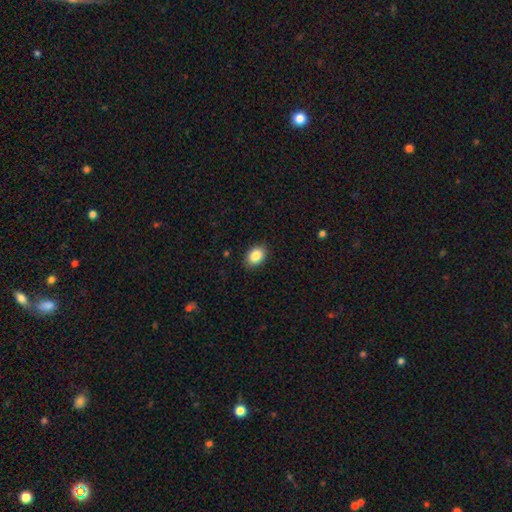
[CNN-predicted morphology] A smooth galaxy with no disk features (86%) that is in between round and cigar-shaped (80%). Merging: none (88%).